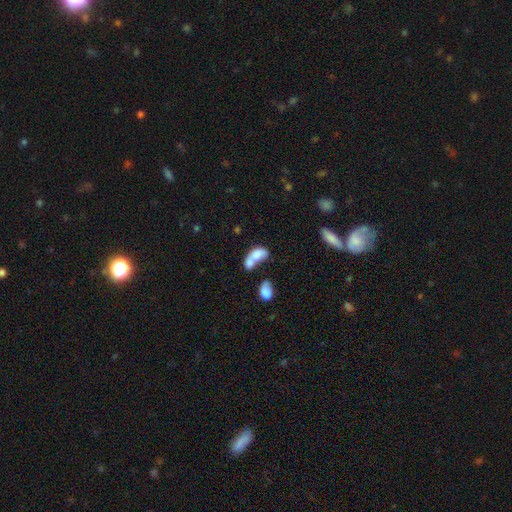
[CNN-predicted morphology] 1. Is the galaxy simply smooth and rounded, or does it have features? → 70% smooth, 22% featured or disk, 8% star or artifact.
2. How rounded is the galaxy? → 85% in between, 12% round, 3% cigar-shaped.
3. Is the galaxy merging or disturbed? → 68% merger, 15% none, 9% minor disturbance, 9% major disturbance.